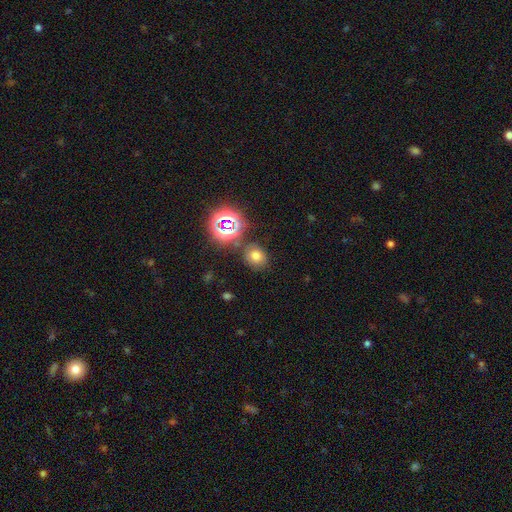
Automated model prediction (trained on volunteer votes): Smooth or featured? Predicted: smooth (p=0.66). How rounded? Predicted: round (p=0.67). Merging? Predicted: none (p=0.77).